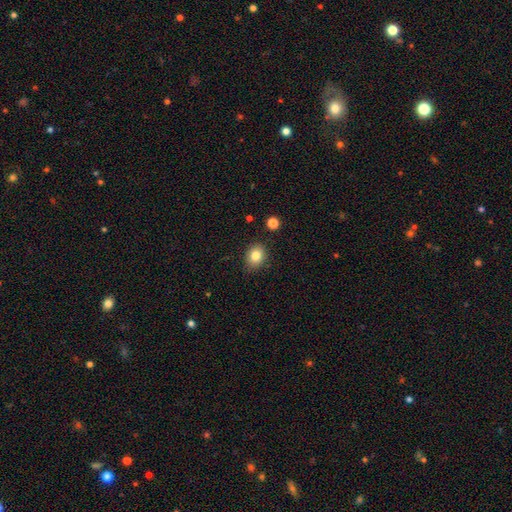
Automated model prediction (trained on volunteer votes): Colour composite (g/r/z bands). It shows a smooth galaxy with no disk features (82%) that is round (51%). Merging: none (86%).